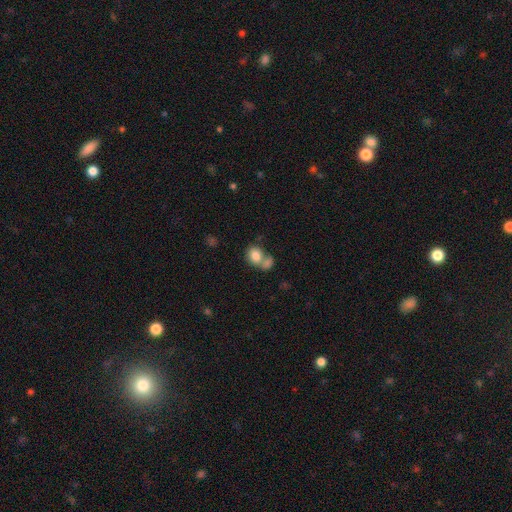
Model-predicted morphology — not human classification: Smooth or featured?
  - smooth: 82% *
  - featured or disk: 10%
  - star or artifact: 9%
How rounded?
  - round: 61% *
  - in between: 38%
  - cigar-shaped: 1%
Merging?
  - merger: 52% *
  - none: 34%
  - minor disturbance: 10%
  - major disturbance: 5%